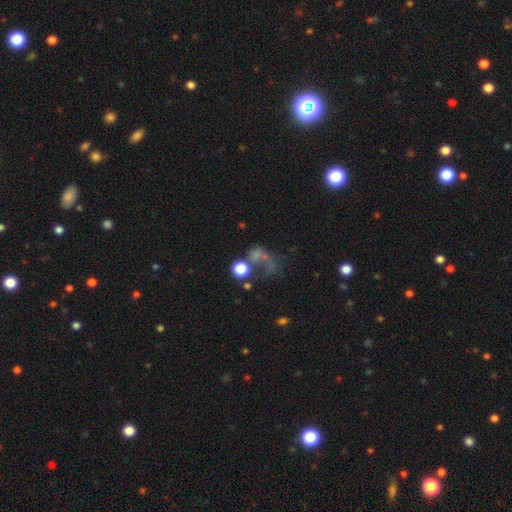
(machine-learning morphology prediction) The model was most divided on "merging": none: 31%, major disturbance: 30%, merger: 28%, minor disturbance: 11%. More confident: how rounded — round (71%); smooth or featured — smooth (51%).